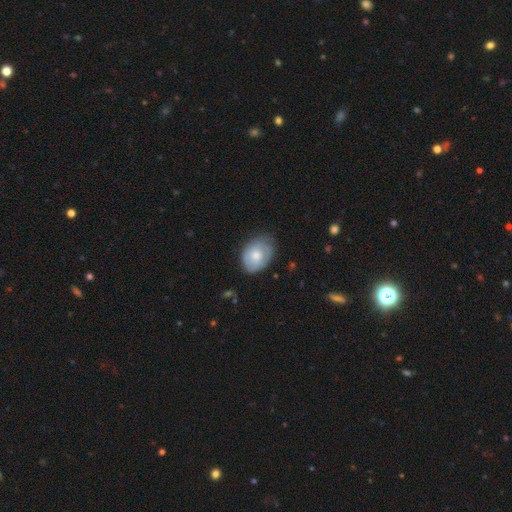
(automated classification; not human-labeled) Smooth or featured? smooth (60%)
How rounded? in between (70%)
Merging? none (68%)